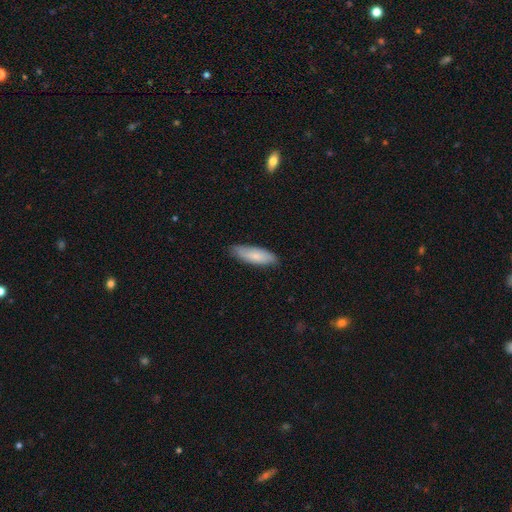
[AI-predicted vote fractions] Overall: smooth (79%). How rounded: in between (55%; cigar-shaped 43%). Merging: none (80%).